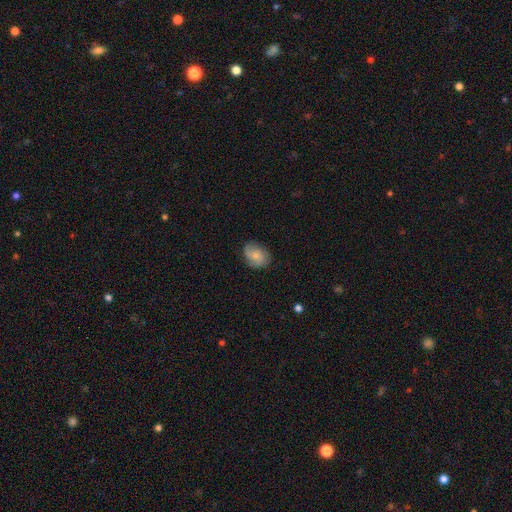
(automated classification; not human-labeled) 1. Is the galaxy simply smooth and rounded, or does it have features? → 48% smooth, 44% featured or disk, 8% star or artifact.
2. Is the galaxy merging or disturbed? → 74% none, 19% minor disturbance, 6% major disturbance, 1% merger.